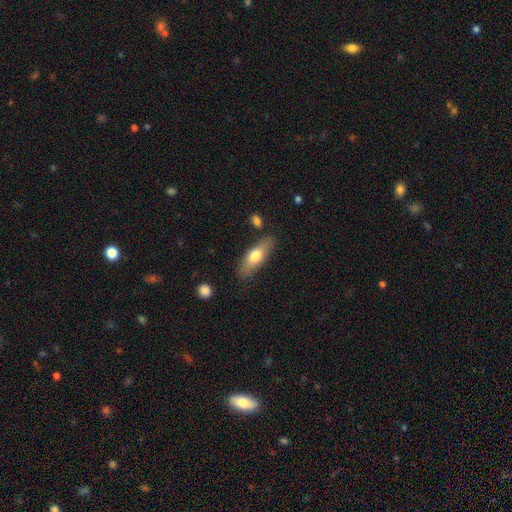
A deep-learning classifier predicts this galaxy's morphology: This appears to be a smooth galaxy with no disk features (66%) that is in between round and cigar-shaped (60%). Merging: none (79%).